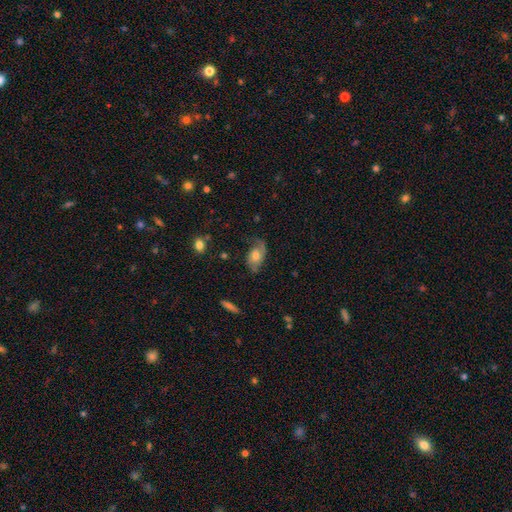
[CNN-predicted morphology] A featured or disk galaxy (54%) with no bar (74%), spiral arms (83%) and a moderate central bulge (64%).

Vote fractions:
- Smooth or featured? featured or disk: 54% / smooth: 38% / star or artifact: 8%
- Edge-on disk? no: 93% / yes: 7%
- Bar? no: 74% / weak: 22% / strong: 4%
- Spiral arms? yes: 83% / no: 17%
- Bulge size? moderate: 64% / small: 20% / large: 12% / none: 2% / dominant: 2%
- Merging? none: 55% / minor disturbance: 27% / major disturbance: 16% / merger: 2%